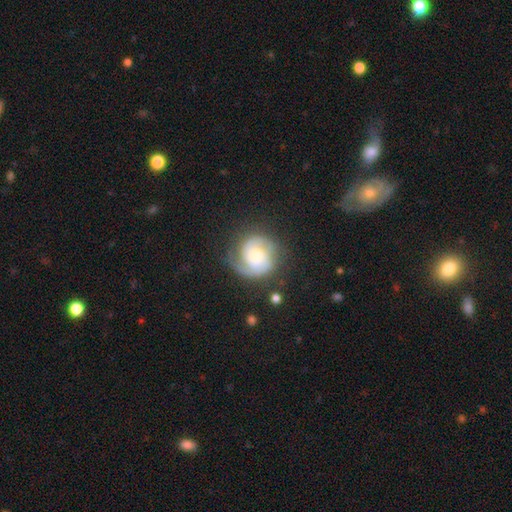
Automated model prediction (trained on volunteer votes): Smooth or featured?
  - featured or disk: 79% *
  - smooth: 15%
  - star or artifact: 6%
Edge-on disk?
  - no: 98% *
  - yes: 2%
Bar?
  - no: 67% *
  - weak: 28%
  - strong: 6%
Spiral arms?
  - yes: 95% *
  - no: 5%
Spiral winding?
  - tight: 50% *
  - medium: 39%
  - loose: 11%
Spiral arm count?
  - 2: 72% *
  - can't tell: 10%
  - 1: 8%
  - 3: 7%
  - 4: 2%
  - more than 4: 2%
Bulge size?
  - moderate: 52% *
  - small: 33%
  - large: 11%
  - none: 2%
  - dominant: 2%
Merging?
  - none: 70% *
  - minor disturbance: 18%
  - major disturbance: 11%
  - merger: 2%